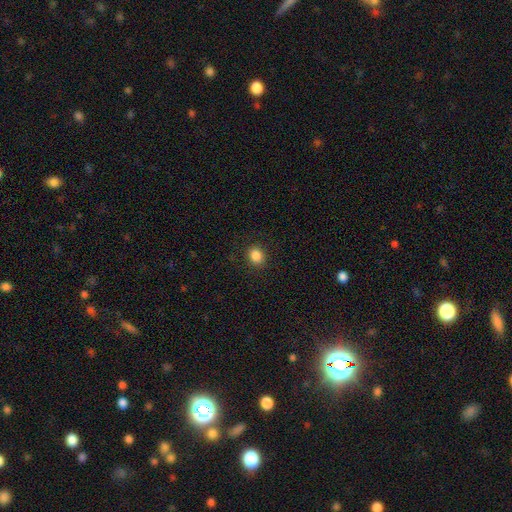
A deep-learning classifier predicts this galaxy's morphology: This appears to be a smooth galaxy with no disk features (86%) that is round (75%). Merging: none (90%).